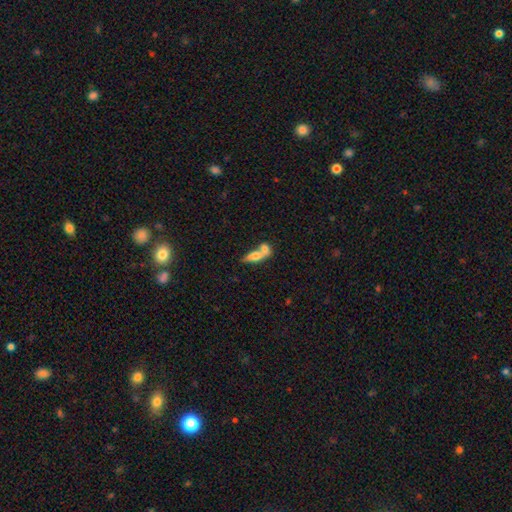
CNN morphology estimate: smooth_or_featured: smooth (p=0.62) [alt: featured or disk p=0.30]
how_rounded: in between (p=0.67) [alt: cigar-shaped p=0.27]
merging: merger (p=0.62) [alt: none p=0.26]